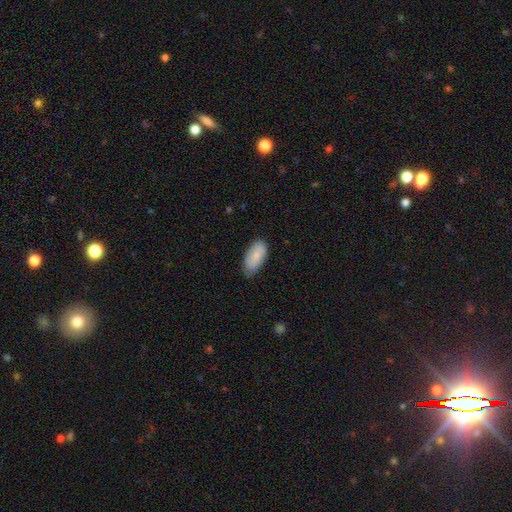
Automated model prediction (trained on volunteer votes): Smooth or featured: smooth — 84% (featured or disk — 10%)
How rounded: in between — 93% (cigar-shaped — 5%)
Merging: none — 65% (minor disturbance — 29%)